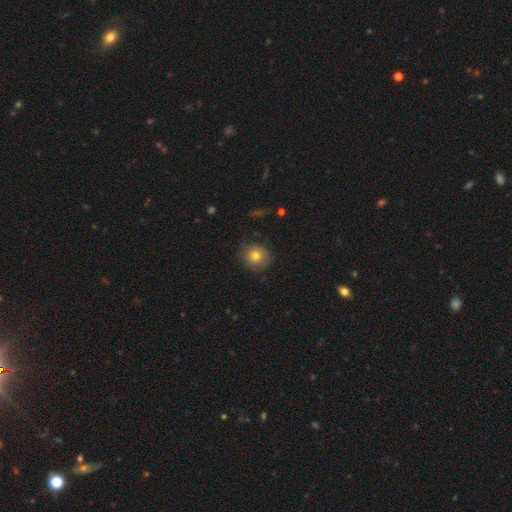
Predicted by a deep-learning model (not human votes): Q: Smooth or featured?
A: smooth (75%); runner-up: featured or disk (15%)
Q: How rounded?
A: round (91%); runner-up: in between (8%)
Q: Merging?
A: none (80%); runner-up: minor disturbance (15%)